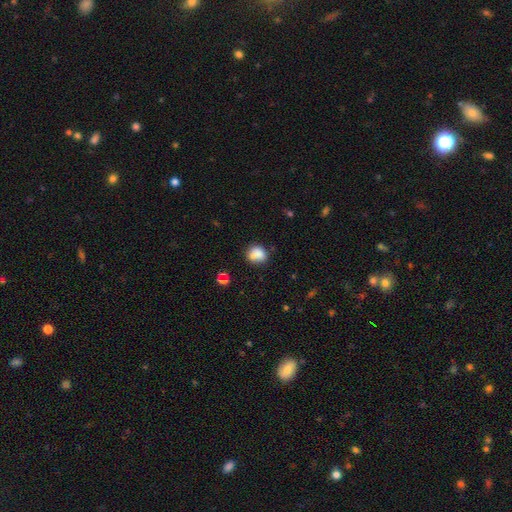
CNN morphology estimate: Q: Smooth or featured?
A: smooth (80%); runner-up: star or artifact (10%)
Q: How rounded?
A: round (65%); runner-up: in between (34%)
Q: Merging?
A: none (54%); runner-up: merger (20%)